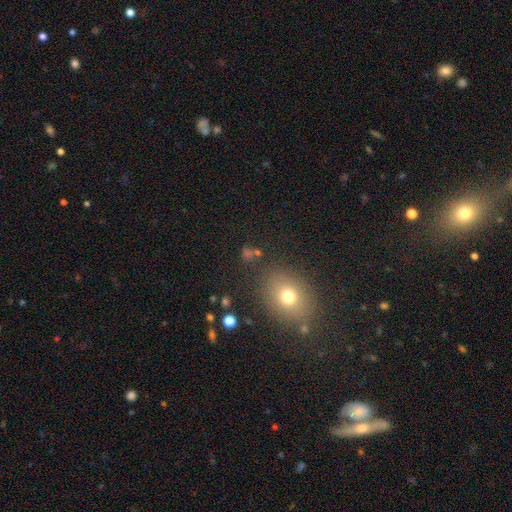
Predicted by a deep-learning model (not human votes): smooth-or-featured: smooth: 62% | star or artifact: 27% | featured or disk: 11%
  how-rounded: round: 50% | in between: 48% | cigar-shaped: 1%
  merging: none: 82% | minor disturbance: 9% | merger: 4% | major disturbance: 4%